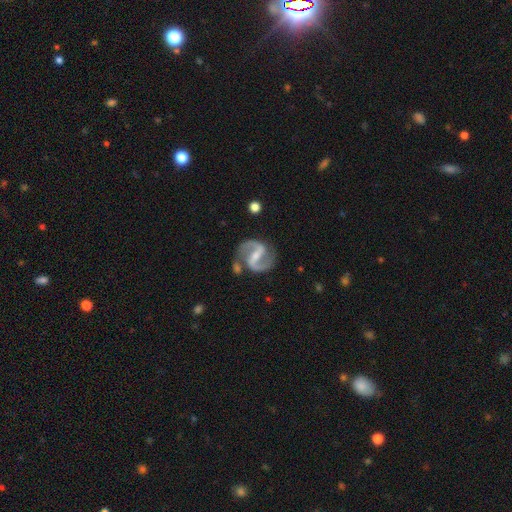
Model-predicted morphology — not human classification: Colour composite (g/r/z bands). It shows a featured or disk galaxy (92%) with a strong bar (57%), 2 (94%) medium (61%) spiral arms (98%) and a small central bulge (52%). Merging: none (78%).